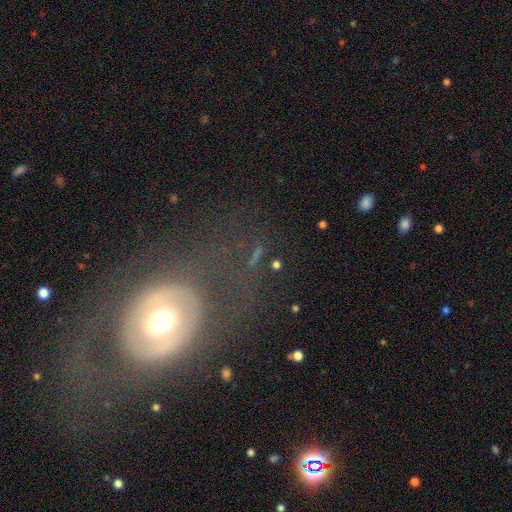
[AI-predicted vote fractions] Q: Smooth or featured?
A: featured or disk (50%); runner-up: smooth (28%)
Q: Merging?
A: none (62%); runner-up: major disturbance (18%)